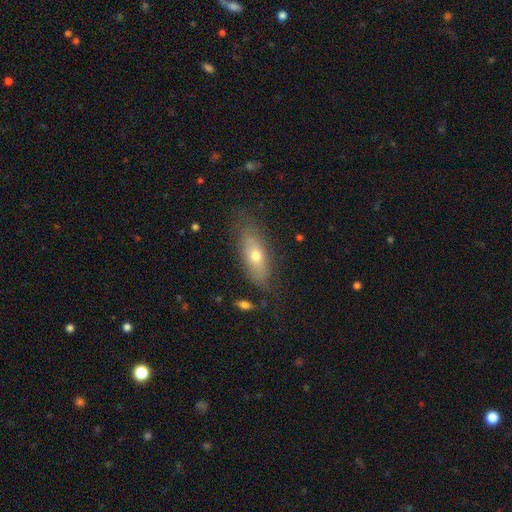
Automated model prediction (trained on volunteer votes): Smooth or featured?
  - smooth: 56% *
  - featured or disk: 36%
  - star or artifact: 9%
How rounded?
  - in between: 62% *
  - cigar-shaped: 34%
  - round: 4%
Merging?
  - none: 76% *
  - minor disturbance: 17%
  - major disturbance: 5%
  - merger: 2%